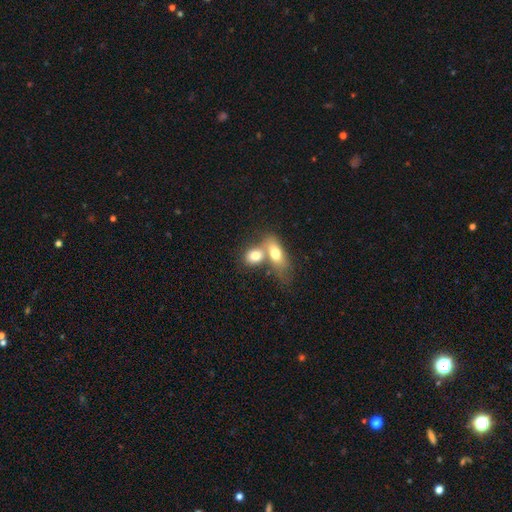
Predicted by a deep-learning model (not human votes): This appears to be a smooth galaxy with no disk features (74%) that is in between round and cigar-shaped (72%). Merging: merger (61%).